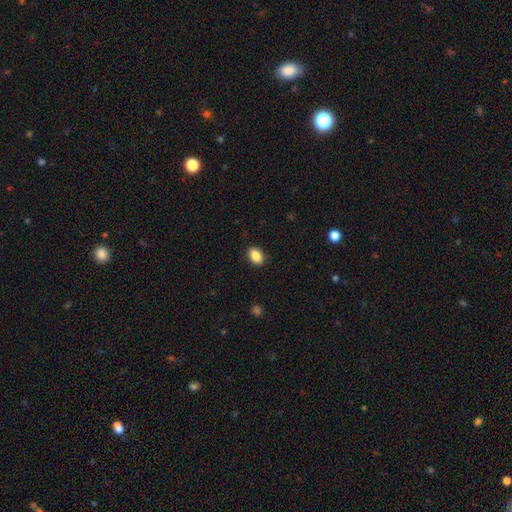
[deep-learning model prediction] Q: Smooth or featured?
A: smooth (87%); runner-up: star or artifact (8%)
Q: How rounded?
A: in between (81%); runner-up: round (17%)
Q: Merging?
A: none (89%); runner-up: minor disturbance (8%)